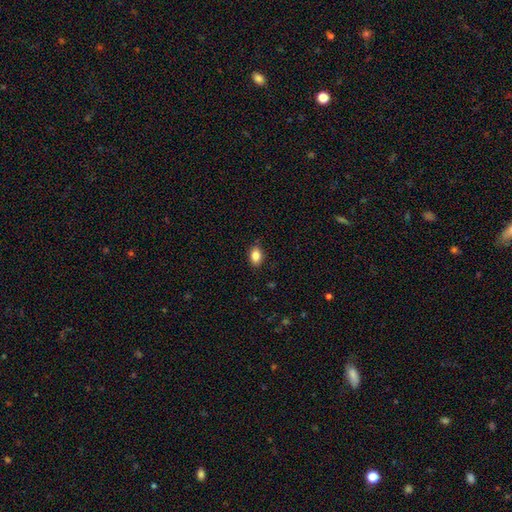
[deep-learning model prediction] Overall: smooth (85%). How rounded: in between (82%). Merging: none (86%).